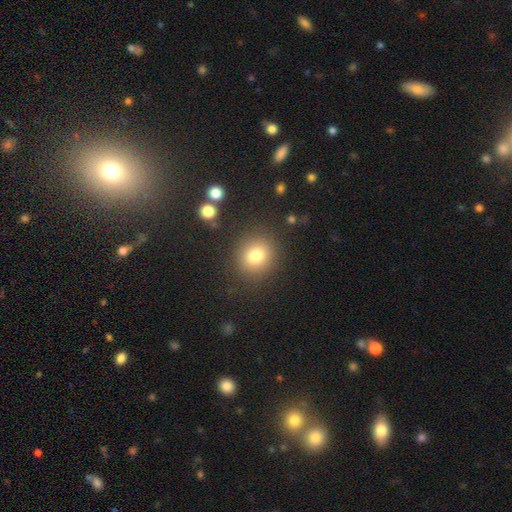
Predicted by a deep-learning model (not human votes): smooth_or_featured: smooth (p=0.78) [alt: star or artifact p=0.13]
how_rounded: round (p=0.84) [alt: in between p=0.15]
merging: none (p=0.86) [alt: minor disturbance p=0.08]